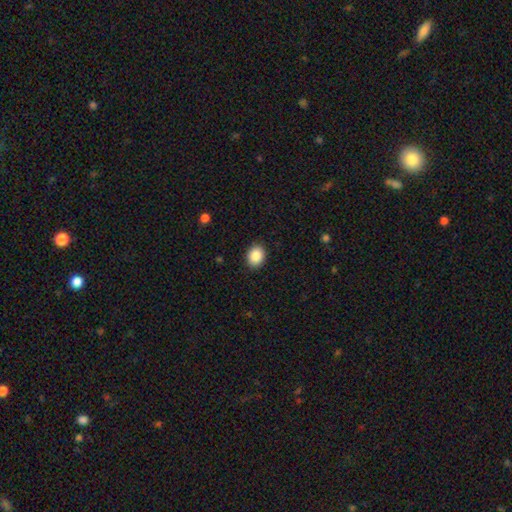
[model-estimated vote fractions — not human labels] Overall: smooth (87%). How rounded: round (51%; in between 48%). Merging: none (90%).